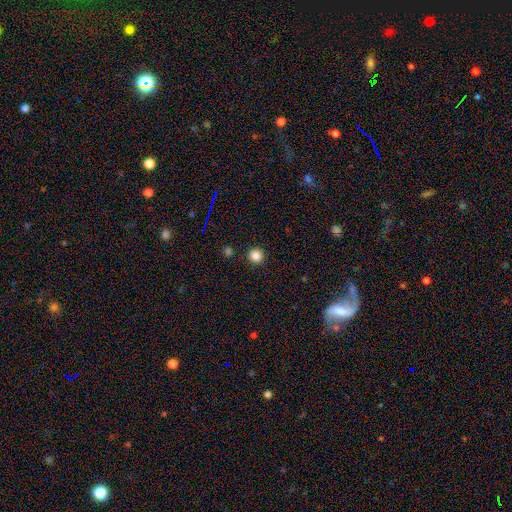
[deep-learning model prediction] The model was most divided on "smooth or featured": smooth: 84%, star or artifact: 12%, featured or disk: 4%. More confident: how rounded — round (95%); merging — none (92%).